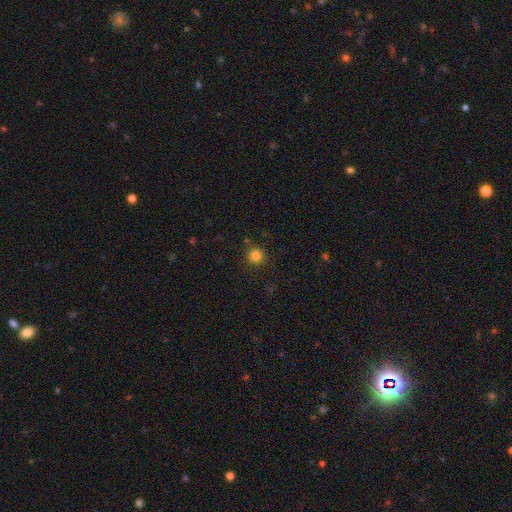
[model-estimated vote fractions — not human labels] Overall: smooth (82%). How rounded: round (94%). Merging: none (89%).